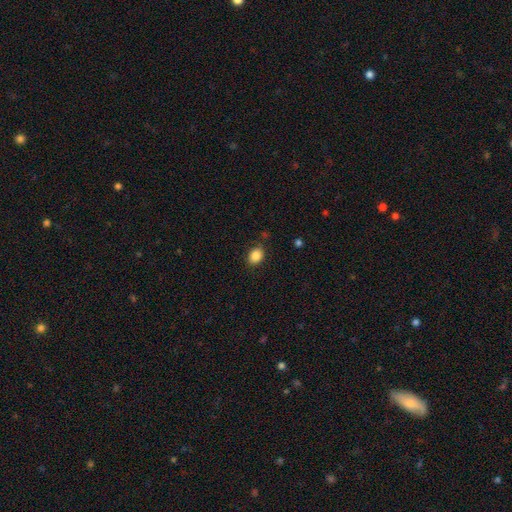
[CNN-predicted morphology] Smooth or featured?
  - smooth: 86% *
  - star or artifact: 9%
  - featured or disk: 4%
How rounded?
  - in between: 58% *
  - round: 41%
  - cigar-shaped: 1%
Merging?
  - none: 84% *
  - minor disturbance: 12%
  - major disturbance: 3%
  - merger: 2%